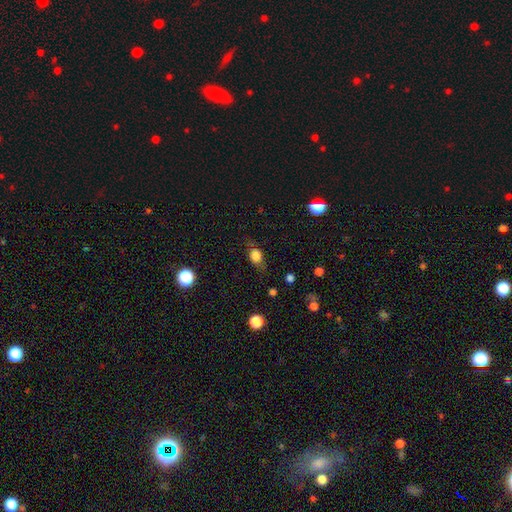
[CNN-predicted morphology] This appears to be a smooth galaxy with no disk features (76%) that is in between round and cigar-shaped (59%). Merging: none (67%).